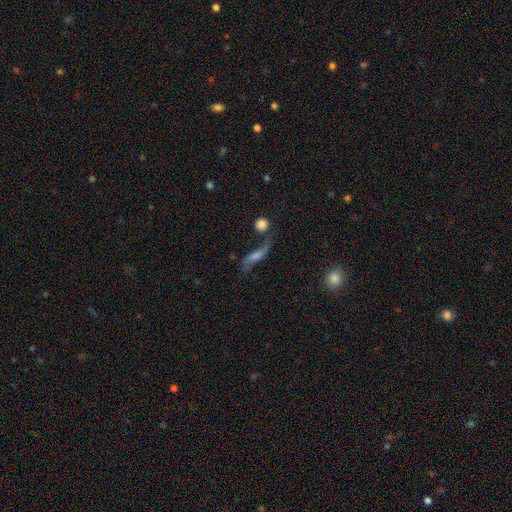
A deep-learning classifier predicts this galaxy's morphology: Smooth or featured? Predicted: featured or disk (p=0.65). Edge-on disk? Predicted: no (p=0.74). Merging? Predicted: none (p=0.53).